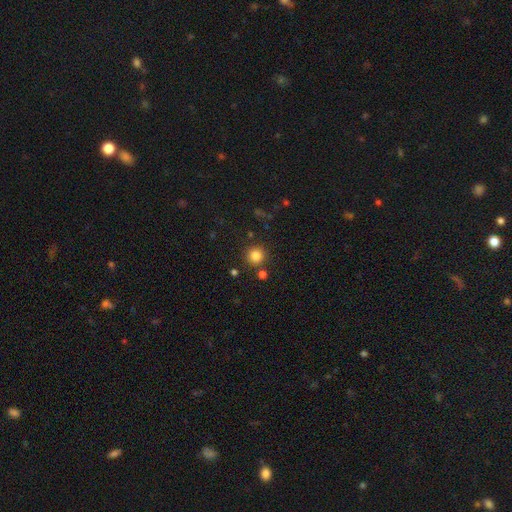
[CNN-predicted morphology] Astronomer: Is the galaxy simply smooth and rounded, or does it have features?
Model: smooth — 83%.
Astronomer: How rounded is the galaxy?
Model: round — 94%.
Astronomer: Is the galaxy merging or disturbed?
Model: none — 86%.